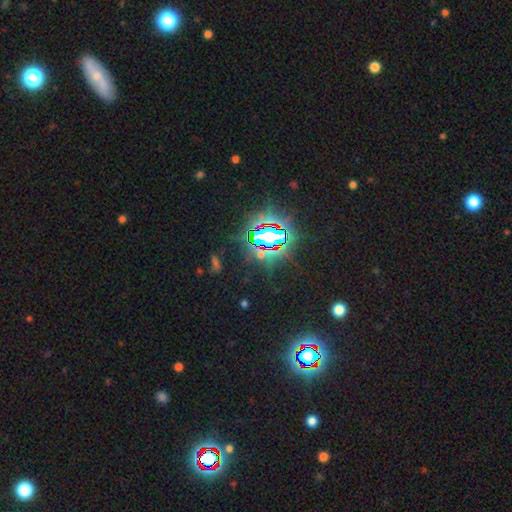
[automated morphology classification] Q: Smooth or featured?
A: star or artifact (80%); runner-up: smooth (11%)